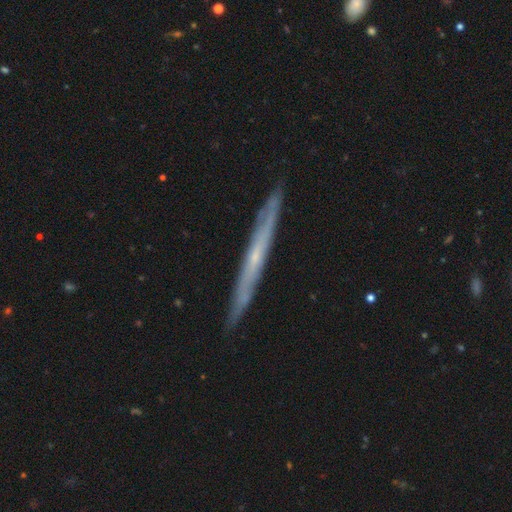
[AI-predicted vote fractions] Smooth or featured?
  - featured or disk: 68% *
  - smooth: 26%
  - star or artifact: 6%
Edge-on disk?
  - yes: 93% *
  - no: 7%
Edge-on bulge?
  - none: 68% *
  - rounded: 29%
  - boxy: 3%
Merging?
  - none: 89% *
  - minor disturbance: 9%
  - major disturbance: 1%
  - merger: 1%